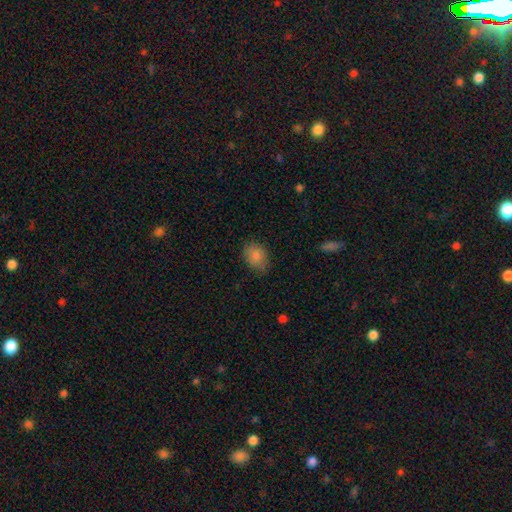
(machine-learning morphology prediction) The model was most divided on "how rounded": in between: 64%, round: 35%, cigar-shaped: 1%. More confident: smooth or featured — smooth (87%); merging — none (79%).